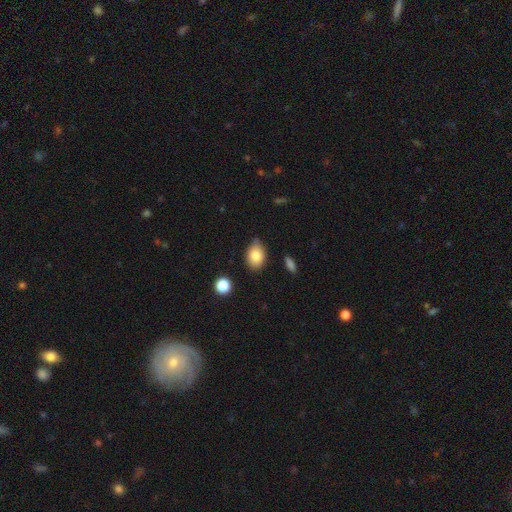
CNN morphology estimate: smooth-or-featured: smooth: 84% | featured or disk: 8% | star or artifact: 8%
  how-rounded: in between: 79% | round: 19% | cigar-shaped: 1%
  merging: none: 70% | minor disturbance: 23% | major disturbance: 4% | merger: 3%